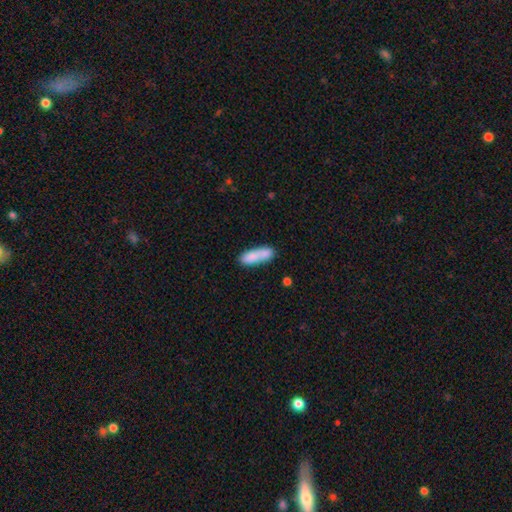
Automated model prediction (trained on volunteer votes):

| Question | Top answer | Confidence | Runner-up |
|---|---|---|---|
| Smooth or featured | smooth | 81% | featured or disk (12%) |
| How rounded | cigar-shaped | 51% | in between (47%) |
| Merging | none | 62% | minor disturbance (19%) |